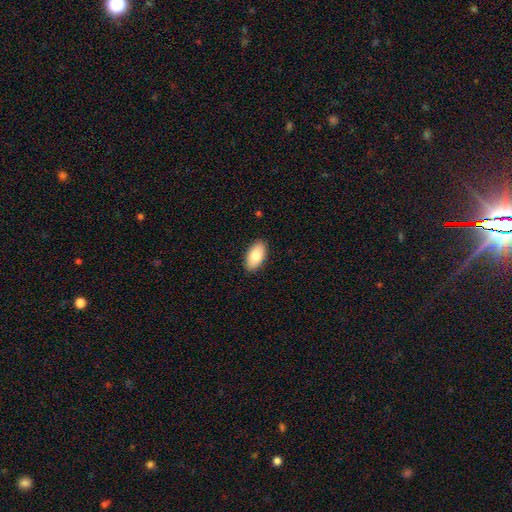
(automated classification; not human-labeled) smooth-or-featured: smooth: 83% | featured or disk: 11% | star or artifact: 6%
  how-rounded: in between: 95% | round: 3% | cigar-shaped: 3%
  merging: none: 89% | minor disturbance: 8% | major disturbance: 2% | merger: 1%